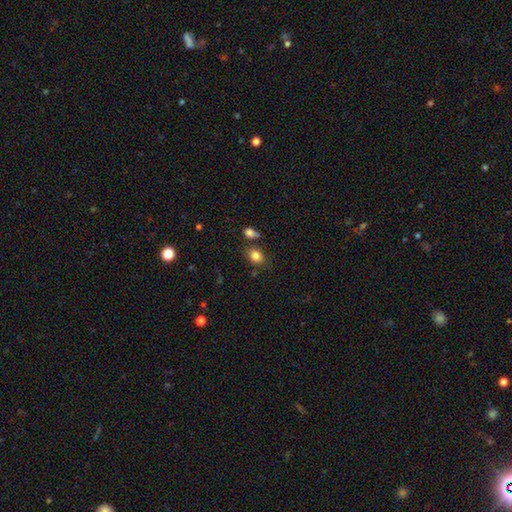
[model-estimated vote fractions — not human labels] Smooth or featured? smooth (83%)
How rounded? in between (59%)
Merging? none (70%)